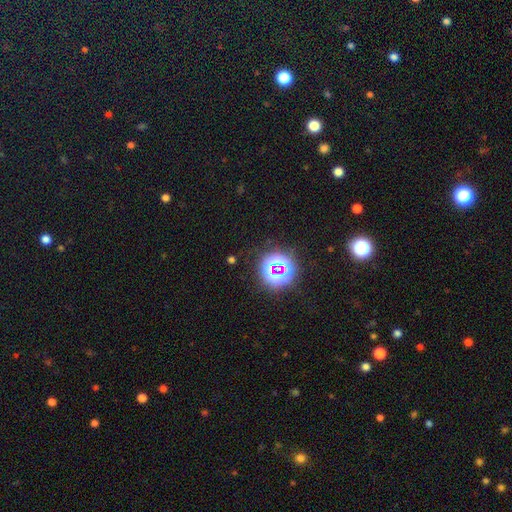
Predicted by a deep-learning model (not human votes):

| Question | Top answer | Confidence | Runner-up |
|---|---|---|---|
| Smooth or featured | star or artifact | 81% | smooth (13%) |